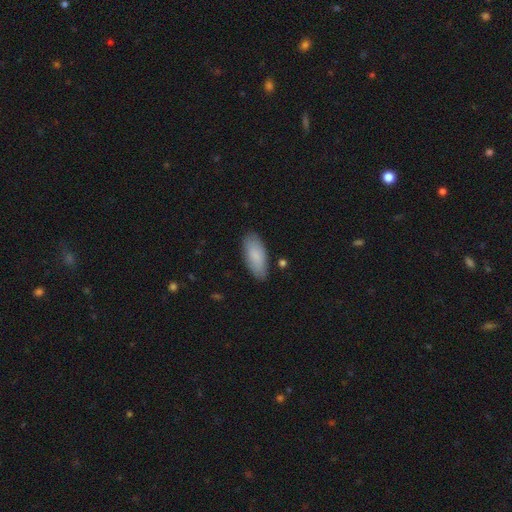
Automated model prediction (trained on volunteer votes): Smooth or featured: smooth — 85% (featured or disk — 9%)
How rounded: in between — 85% (cigar-shaped — 13%)
Merging: none — 84% (minor disturbance — 12%)